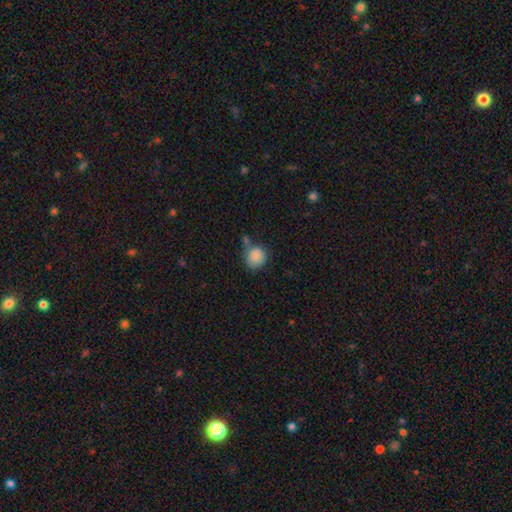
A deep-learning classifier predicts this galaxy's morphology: Smooth or featured?
  - smooth: 87% *
  - star or artifact: 8%
  - featured or disk: 5%
How rounded?
  - round: 82% *
  - in between: 17%
  - cigar-shaped: 1%
Merging?
  - none: 55% *
  - minor disturbance: 20%
  - merger: 17%
  - major disturbance: 7%